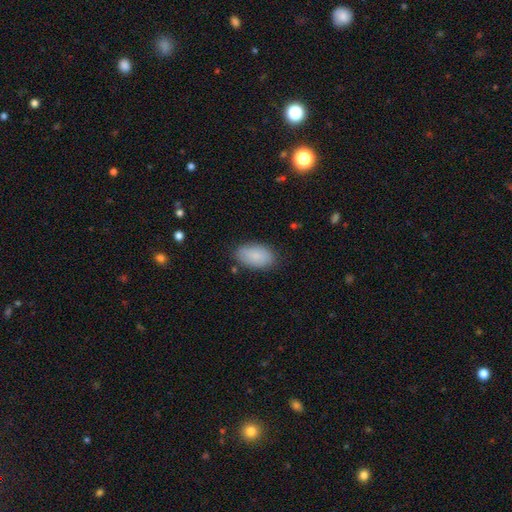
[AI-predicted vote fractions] smooth 85%, featured or disk 9%, star or artifact 7%. Down the decision tree: how rounded — in between (93%); merging — none (82%).